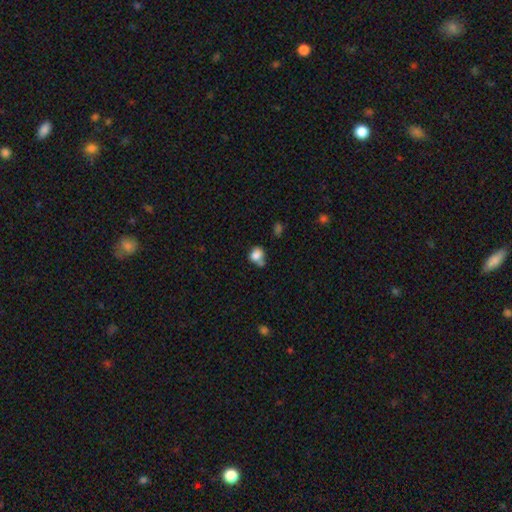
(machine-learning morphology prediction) A smooth galaxy with no disk features (80%) that is round (56%).

Vote fractions:
- Smooth or featured? smooth: 80% / star or artifact: 10% / featured or disk: 10%
- How rounded? round: 56% / in between: 42% / cigar-shaped: 1%
- Merging? none: 41% / minor disturbance: 26% / merger: 21% / major disturbance: 11%